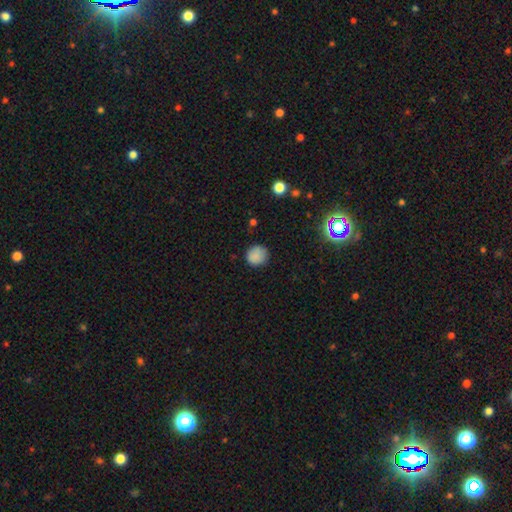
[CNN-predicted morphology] Smooth or featured? Predicted: smooth (p=0.84). How rounded? Predicted: round (p=0.90). Merging? Predicted: none (p=0.81).